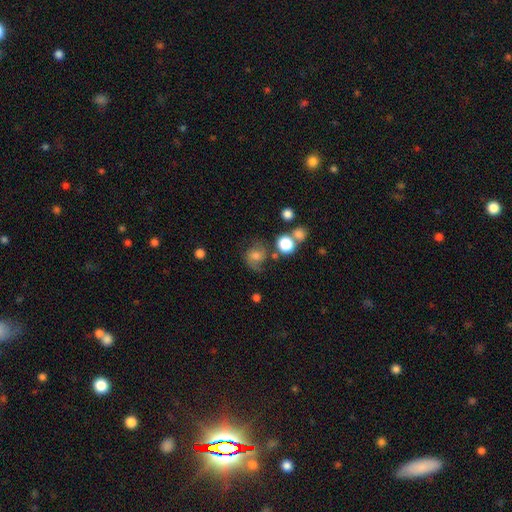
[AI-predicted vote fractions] smooth_or_featured: smooth (p=0.52) [alt: featured or disk p=0.33]
how_rounded: round (p=0.72) [alt: in between p=0.27]
merging: none (p=0.58) [alt: minor disturbance p=0.22]